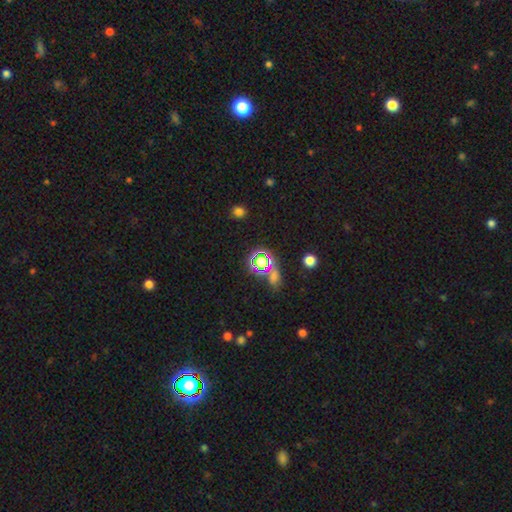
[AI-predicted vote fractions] A star or artifact, not a galaxy (61%).

Vote fractions:
- Smooth or featured? star or artifact: 61% / smooth: 29% / featured or disk: 9%